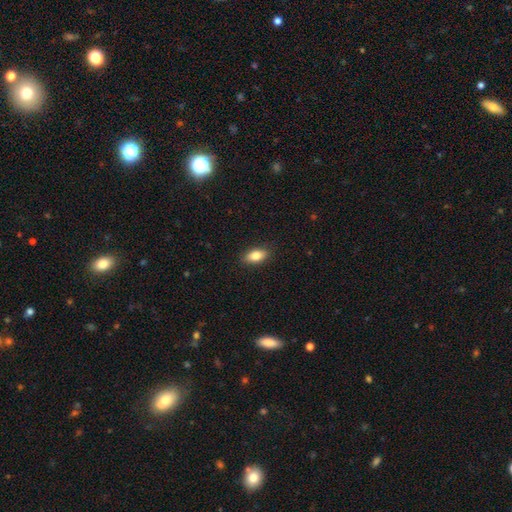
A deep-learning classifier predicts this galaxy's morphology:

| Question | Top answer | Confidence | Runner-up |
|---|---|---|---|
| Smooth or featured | smooth | 83% | featured or disk (9%) |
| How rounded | in between | 88% | cigar-shaped (7%) |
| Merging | none | 88% | minor disturbance (9%) |